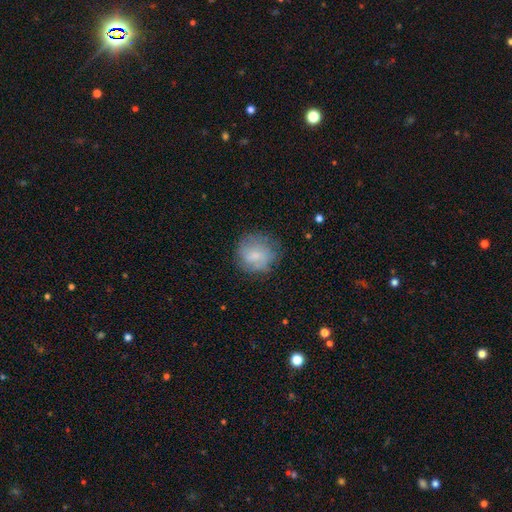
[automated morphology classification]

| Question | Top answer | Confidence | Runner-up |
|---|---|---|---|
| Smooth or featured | smooth | 70% | featured or disk (22%) |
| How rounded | round | 87% | in between (12%) |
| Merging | none | 71% | minor disturbance (19%) |